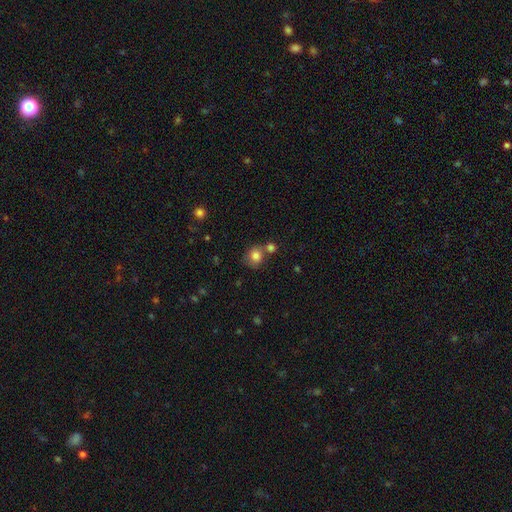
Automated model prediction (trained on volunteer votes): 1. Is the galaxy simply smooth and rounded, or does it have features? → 81% smooth, 11% star or artifact, 8% featured or disk.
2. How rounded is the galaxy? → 78% round, 21% in between, 1% cigar-shaped.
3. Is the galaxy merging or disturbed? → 58% none, 25% merger, 13% minor disturbance, 4% major disturbance.